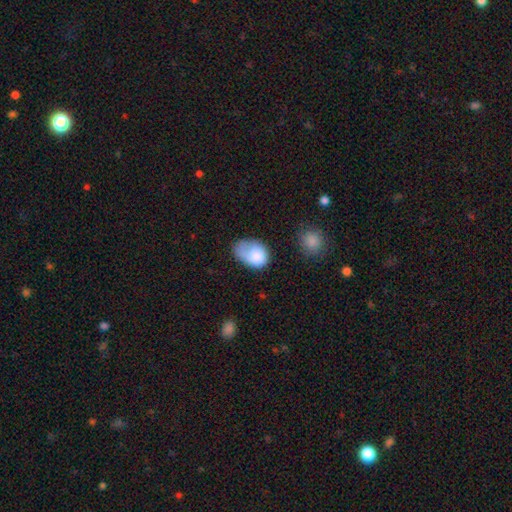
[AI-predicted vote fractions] A smooth galaxy with no disk features (77%) that is in between round and cigar-shaped (80%). Merging: none (35%).